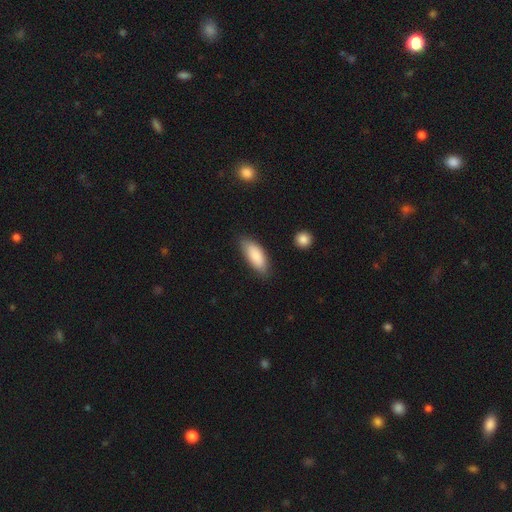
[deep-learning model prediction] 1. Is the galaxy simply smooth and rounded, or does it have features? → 86% smooth, 8% featured or disk, 6% star or artifact.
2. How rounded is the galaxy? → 78% in between, 20% cigar-shaped, 2% round.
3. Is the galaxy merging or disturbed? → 81% none, 14% minor disturbance, 3% major disturbance, 2% merger.